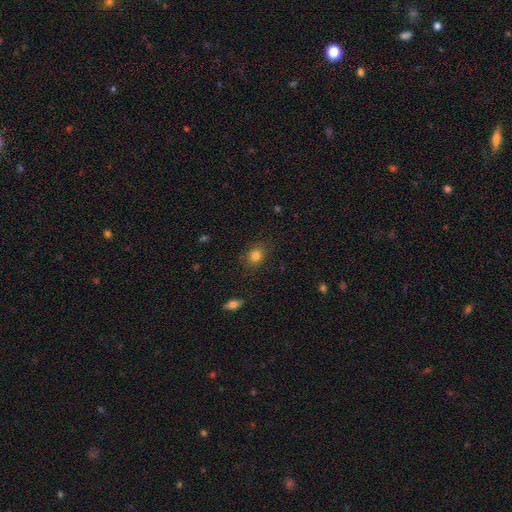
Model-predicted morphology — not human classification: Q: Smooth or featured?
A: smooth (81%); runner-up: star or artifact (12%)
Q: How rounded?
A: round (66%); runner-up: in between (33%)
Q: Merging?
A: none (84%); runner-up: minor disturbance (11%)